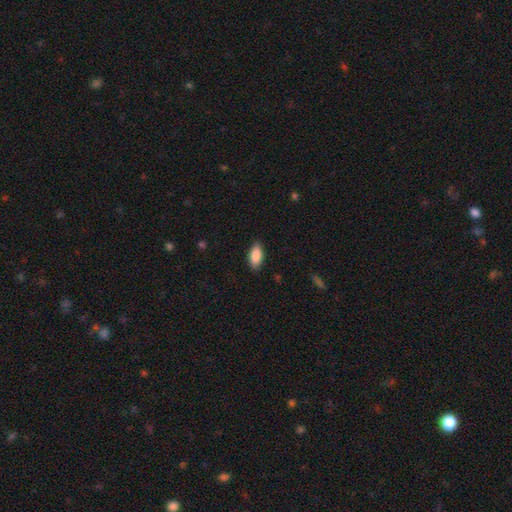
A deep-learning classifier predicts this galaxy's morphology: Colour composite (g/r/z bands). It shows a smooth galaxy with no disk features (88%) that is in between round and cigar-shaped (90%). Merging: none (87%).